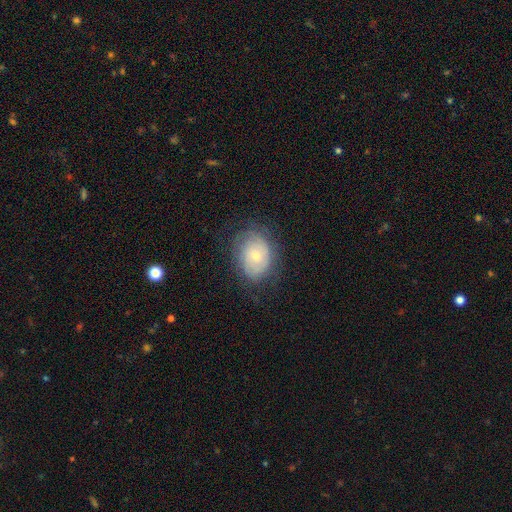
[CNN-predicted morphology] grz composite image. It shows a smooth galaxy with no disk features (52%) that is in between round and cigar-shaped (62%). Merging: none (69%).